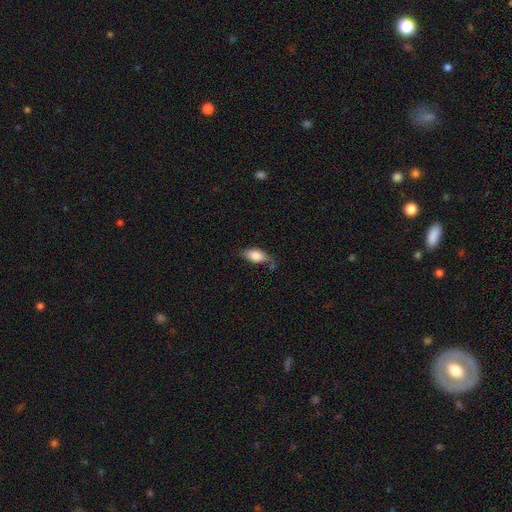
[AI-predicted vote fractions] Q: Smooth or featured?
A: smooth (83%); runner-up: featured or disk (11%)
Q: How rounded?
A: in between (86%); runner-up: cigar-shaped (11%)
Q: Merging?
A: none (55%); runner-up: minor disturbance (30%)